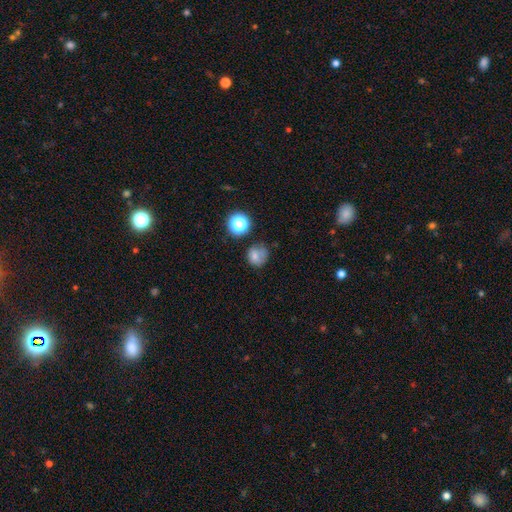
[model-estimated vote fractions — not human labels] Morphology: type=smooth (72%); roundness=round (78%); merging=none (54%).